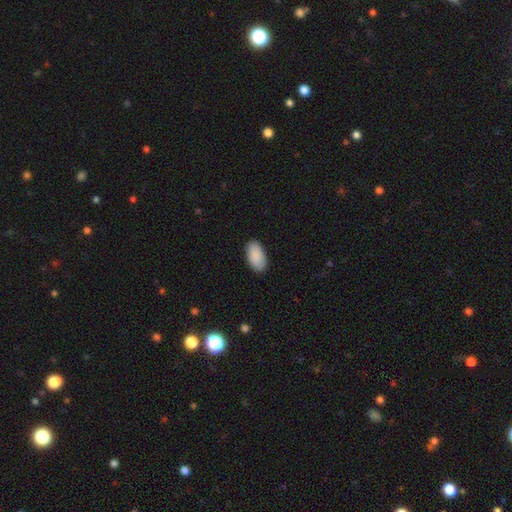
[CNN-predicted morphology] smooth 91%, star or artifact 6%, featured or disk 3%. Down the decision tree: how rounded — in between (96%); merging — none (89%).